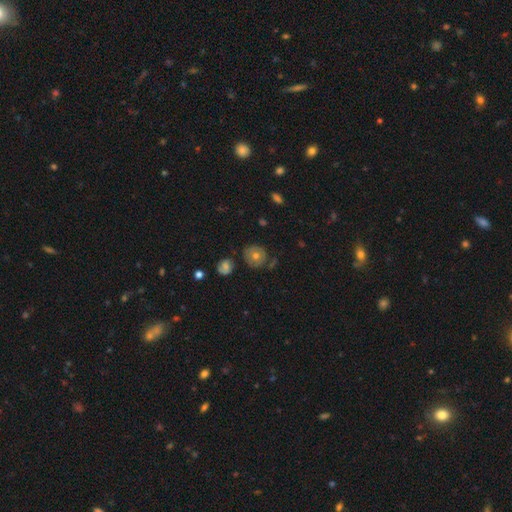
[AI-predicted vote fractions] smooth 51%, featured or disk 38%, star or artifact 11%. Down the decision tree: how rounded — round (88%); merging — none (73%).